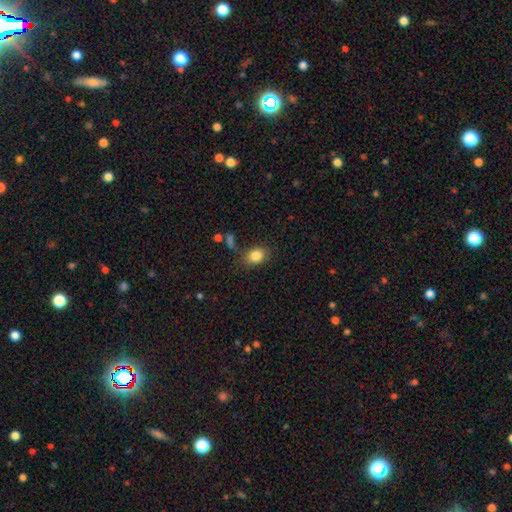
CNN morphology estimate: Smooth or featured: smooth — 84% (star or artifact — 9%)
How rounded: in between — 61% (round — 38%)
Merging: none — 73% (minor disturbance — 17%)